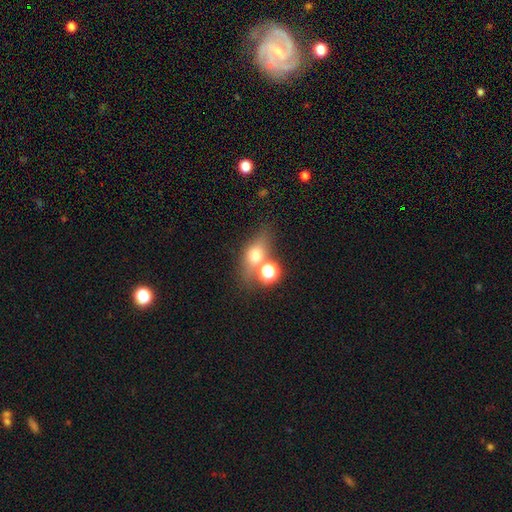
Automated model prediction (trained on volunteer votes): Q: Smooth or featured?
A: smooth (62%); runner-up: featured or disk (21%)
Q: How rounded?
A: in between (55%); runner-up: round (36%)
Q: Merging?
A: none (55%); runner-up: merger (25%)